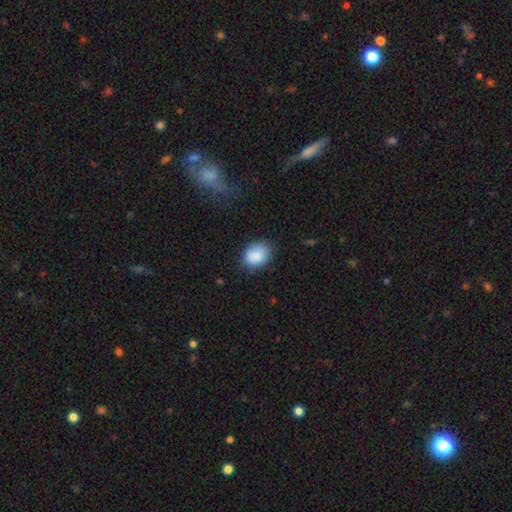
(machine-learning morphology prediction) Smooth or featured?
  - smooth: 88% *
  - star or artifact: 7%
  - featured or disk: 5%
How rounded?
  - in between: 62% *
  - round: 37%
  - cigar-shaped: 1%
Merging?
  - none: 74% *
  - minor disturbance: 20%
  - major disturbance: 4%
  - merger: 1%